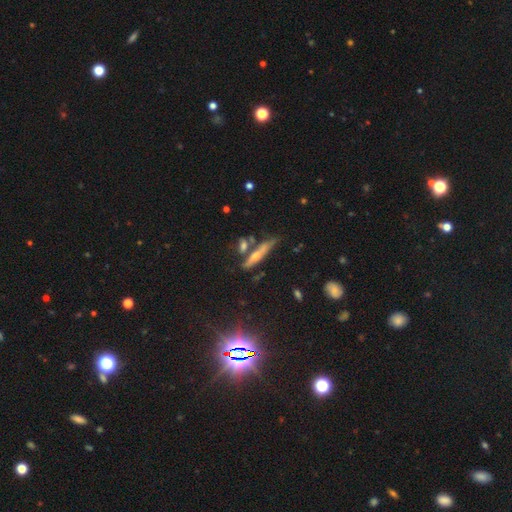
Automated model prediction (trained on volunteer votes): Smooth or featured?
  - featured or disk: 55% *
  - smooth: 32%
  - star or artifact: 14%
Edge-on disk?
  - yes: 87% *
  - no: 13%
Merging?
  - none: 60% *
  - merger: 18%
  - minor disturbance: 16%
  - major disturbance: 5%